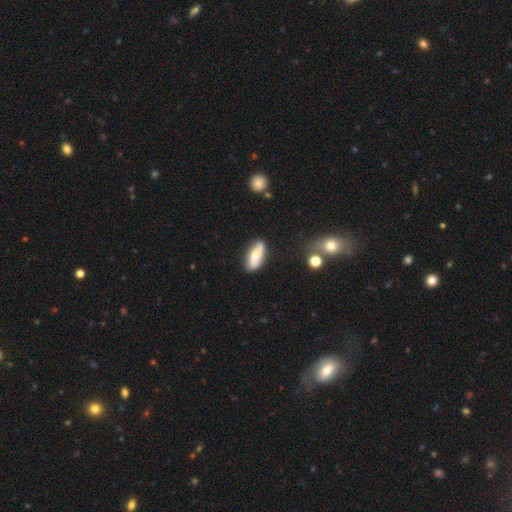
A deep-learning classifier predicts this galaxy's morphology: The model was most divided on "smooth or featured": smooth: 53%, featured or disk: 41%, star or artifact: 7%. More confident: merging — none (80%); how rounded — in between (79%).